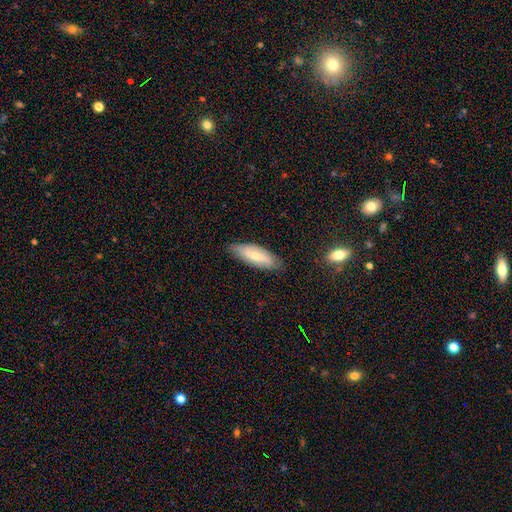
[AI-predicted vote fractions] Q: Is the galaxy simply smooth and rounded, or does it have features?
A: smooth — 56%.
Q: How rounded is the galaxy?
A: in between — 66%.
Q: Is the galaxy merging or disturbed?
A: none — 82%.